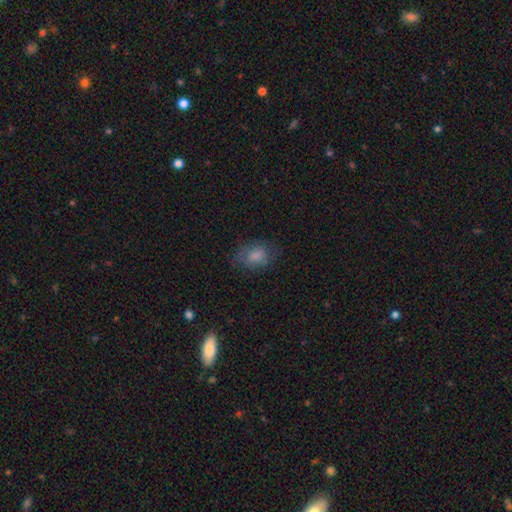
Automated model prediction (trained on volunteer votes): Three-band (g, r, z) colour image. It shows a smooth galaxy with no disk features (74%) that is in between round and cigar-shaped (74%). Merging: none (66%).